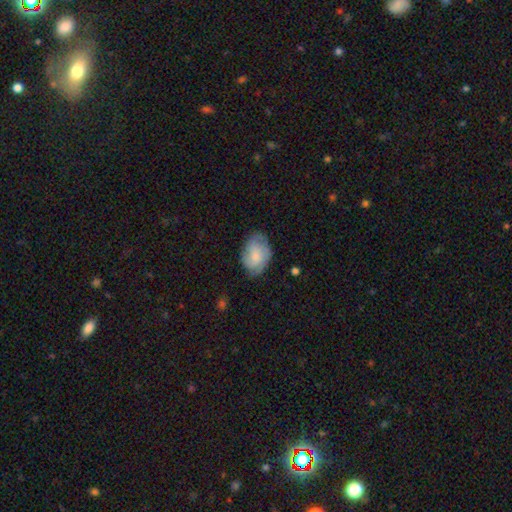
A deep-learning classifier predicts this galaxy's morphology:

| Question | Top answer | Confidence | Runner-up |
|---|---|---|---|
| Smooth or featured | smooth | 51% | featured or disk (41%) |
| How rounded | in between | 78% | round (21%) |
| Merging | none | 66% | minor disturbance (25%) |